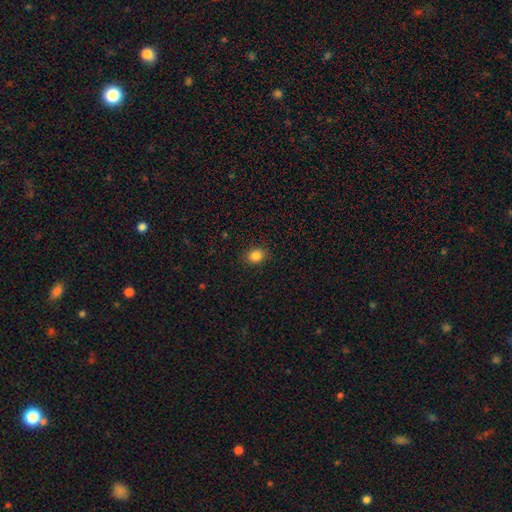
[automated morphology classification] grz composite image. It shows a smooth galaxy with no disk features (85%) that is in between round and cigar-shaped (53%). Merging: none (88%).